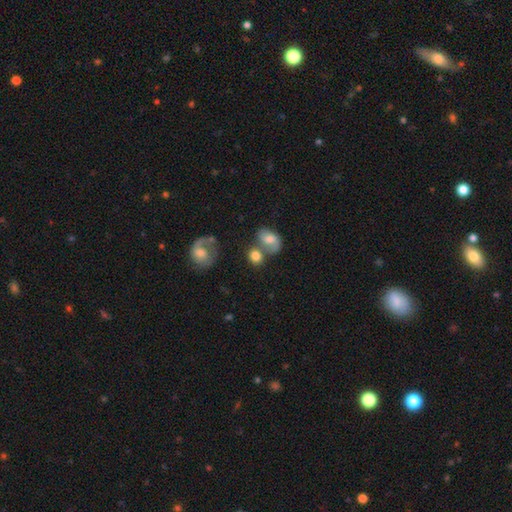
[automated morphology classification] smooth 71%, featured or disk 20%, star or artifact 9%. Down the decision tree: how rounded — round (62%); merging — merger (41%).